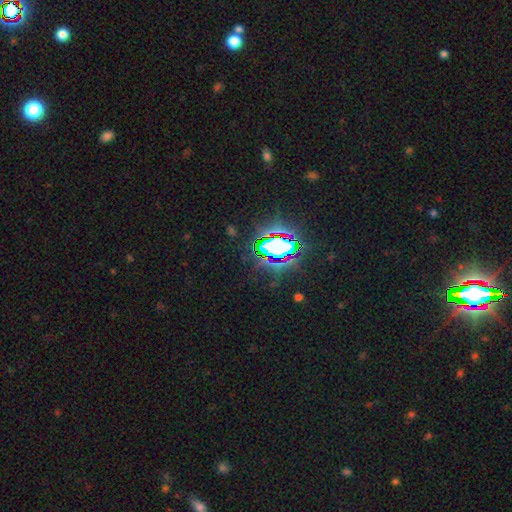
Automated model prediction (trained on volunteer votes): This is clearly a star or artifact rather than a galaxy (82%).